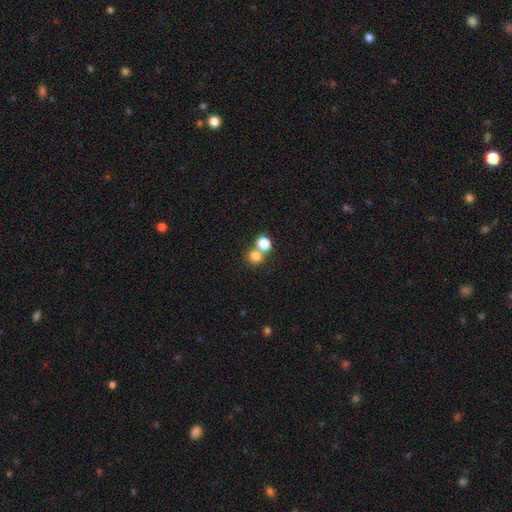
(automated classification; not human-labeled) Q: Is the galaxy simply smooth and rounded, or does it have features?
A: smooth — 79%.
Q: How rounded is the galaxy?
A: round — 86%.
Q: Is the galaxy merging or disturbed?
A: none — 50%.